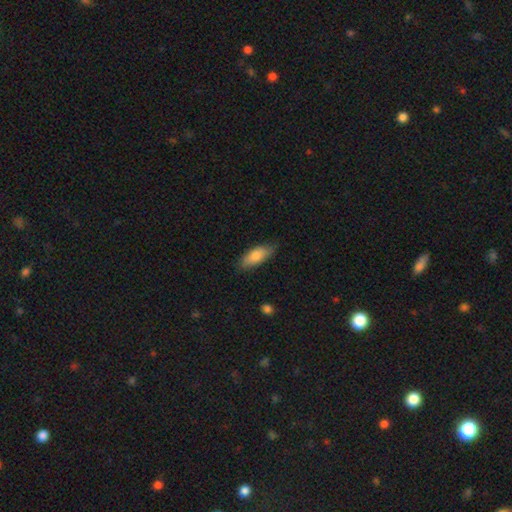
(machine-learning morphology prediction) Smooth or featured?
  - smooth: 77% *
  - featured or disk: 17%
  - star or artifact: 6%
How rounded?
  - in between: 76% *
  - cigar-shaped: 22%
  - round: 2%
Merging?
  - none: 78% *
  - minor disturbance: 17%
  - major disturbance: 3%
  - merger: 1%